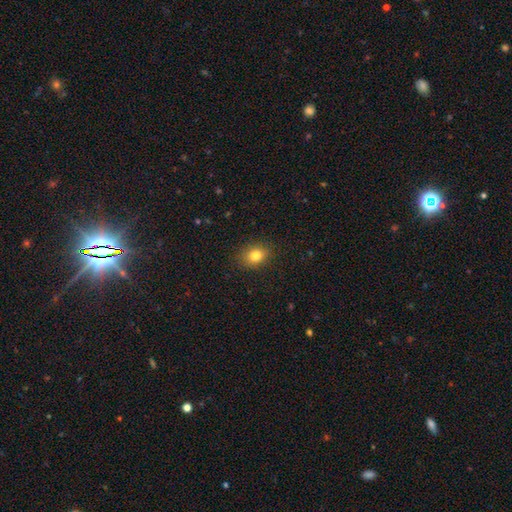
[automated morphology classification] A smooth galaxy with no disk features (81%) that is in between round and cigar-shaped (55%).

Vote fractions:
- Smooth or featured? smooth: 81% / star or artifact: 11% / featured or disk: 8%
- How rounded? in between: 55% / round: 44% / cigar-shaped: 1%
- Merging? none: 87% / minor disturbance: 9% / major disturbance: 3% / merger: 1%